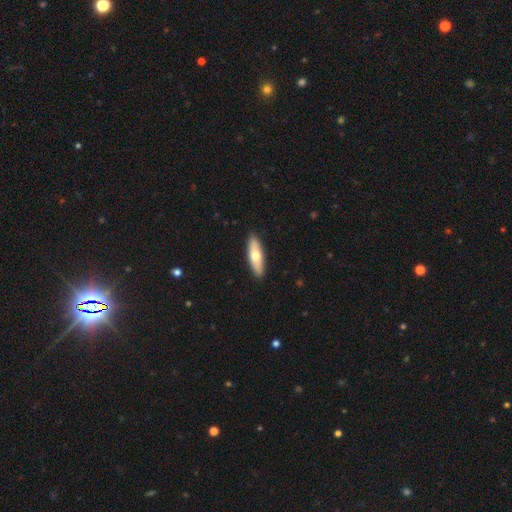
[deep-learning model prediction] Q: Smooth or featured?
A: smooth (62%); runner-up: featured or disk (33%)
Q: How rounded?
A: cigar-shaped (53%); runner-up: in between (45%)
Q: Merging?
A: none (90%); runner-up: minor disturbance (7%)